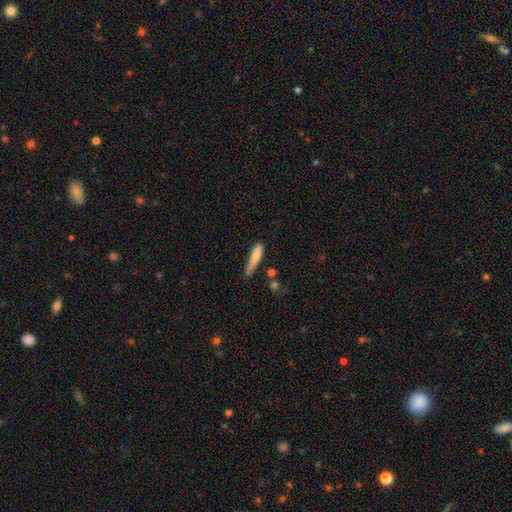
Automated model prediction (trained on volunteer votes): This appears to be a smooth galaxy with no disk features (76%) that is cigar-shaped (82%). Merging: none (47%).